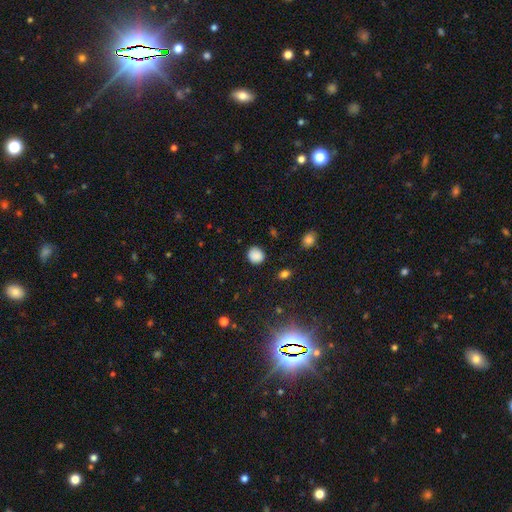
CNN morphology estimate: smooth 86%, star or artifact 10%, featured or disk 4%. Down the decision tree: how rounded — round (84%); merging — none (86%).